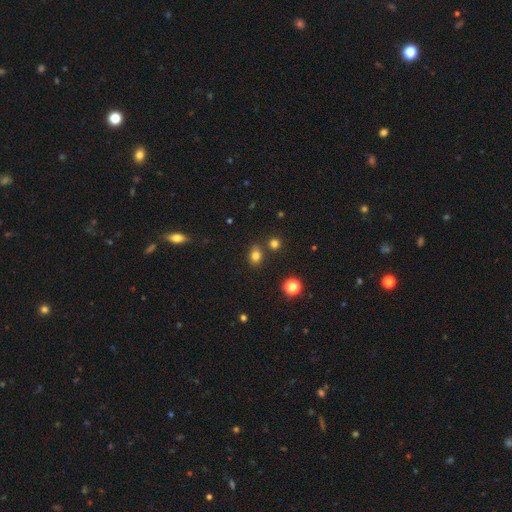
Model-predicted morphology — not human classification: type=smooth (77%); roundness=in between (57%); merging=none (75%).